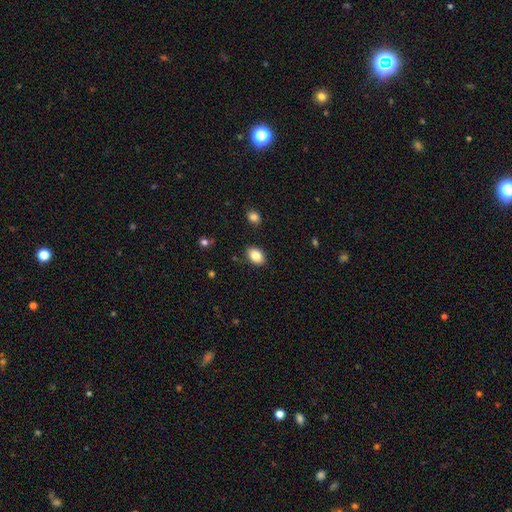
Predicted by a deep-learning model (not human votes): smooth_or_featured: smooth (p=0.85) [alt: star or artifact p=0.08]
how_rounded: in between (p=0.81) [alt: round p=0.18]
merging: none (p=0.87) [alt: minor disturbance p=0.09]